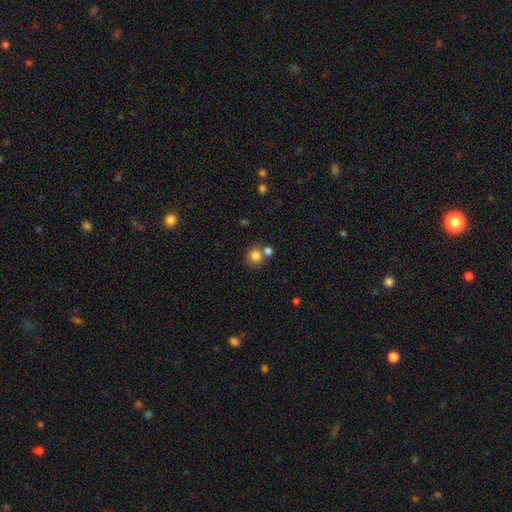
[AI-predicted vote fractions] A smooth galaxy with no disk features (82%) that is round (88%). Merging: none (59%).